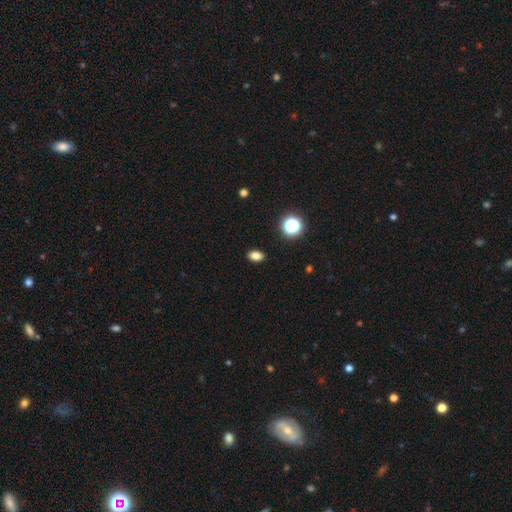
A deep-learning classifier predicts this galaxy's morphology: A smooth galaxy with no disk features (81%) that is in between round and cigar-shaped (83%). Merging: none (90%).